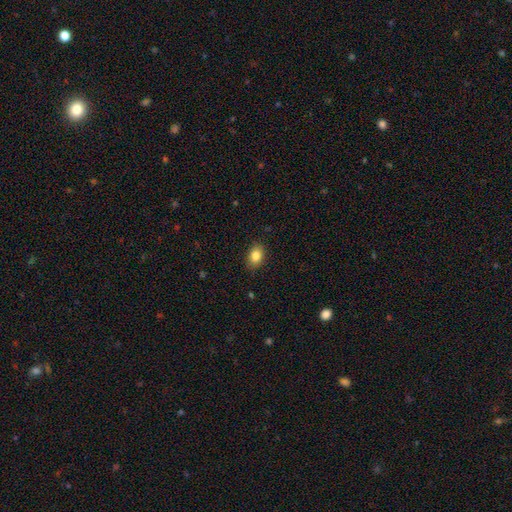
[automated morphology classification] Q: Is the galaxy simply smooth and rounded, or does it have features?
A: smooth — 85%.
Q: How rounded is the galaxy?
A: in between — 77%.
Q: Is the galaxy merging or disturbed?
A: none — 88%.